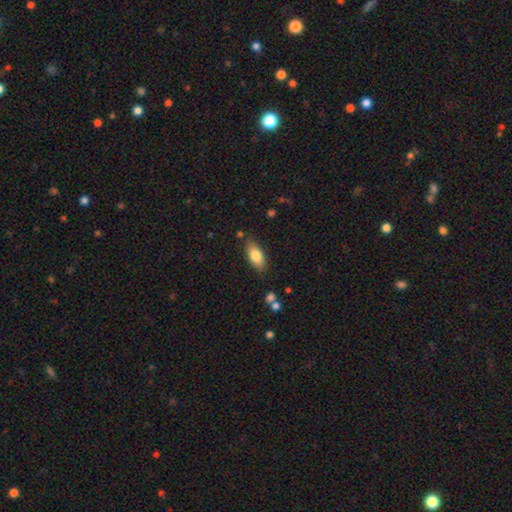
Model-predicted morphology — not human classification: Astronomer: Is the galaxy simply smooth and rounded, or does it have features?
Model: smooth — 80%.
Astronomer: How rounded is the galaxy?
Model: in between — 84%.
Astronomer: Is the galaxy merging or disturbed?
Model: none — 82%.